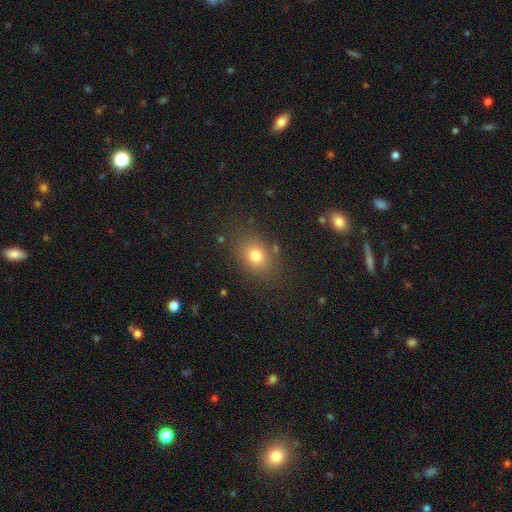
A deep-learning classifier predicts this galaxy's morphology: This appears to be a smooth galaxy with no disk features (76%) that is in between round and cigar-shaped (60%). Merging: none (81%).